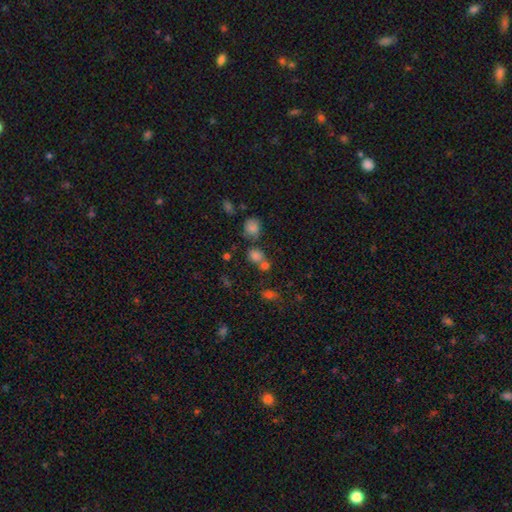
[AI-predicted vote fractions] Smooth or featured? Predicted: smooth (p=0.69). How rounded? Predicted: round (p=0.69). Merging? Predicted: none (p=0.56).